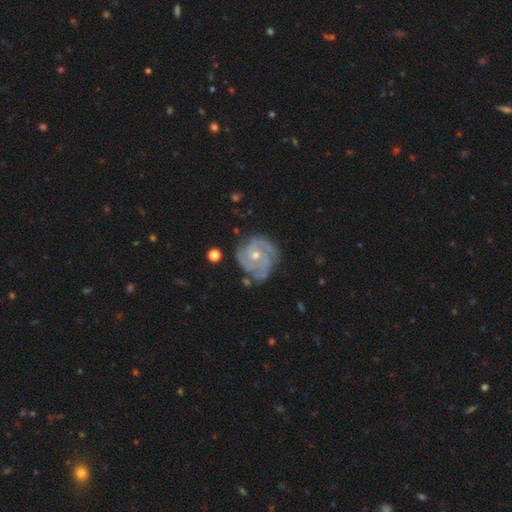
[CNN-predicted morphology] Smooth or featured?
  - featured or disk: 89% *
  - smooth: 7%
  - star or artifact: 5%
Edge-on disk?
  - no: 98% *
  - yes: 2%
Bar?
  - no: 73% *
  - weak: 22%
  - strong: 4%
Spiral arms?
  - yes: 97% *
  - no: 3%
Spiral winding?
  - tight: 66% *
  - medium: 29%
  - loose: 5%
Spiral arm count?
  - 3: 46% *
  - 2: 19%
  - can't tell: 15%
  - 4: 11%
  - 1: 5%
  - more than 4: 5%
Bulge size?
  - small: 50% *
  - moderate: 47%
  - large: 1%
  - none: 1%
  - dominant: 1%
Merging?
  - none: 69% *
  - minor disturbance: 21%
  - major disturbance: 7%
  - merger: 3%